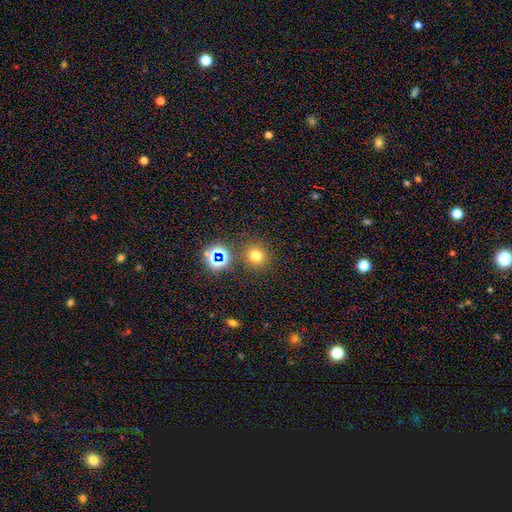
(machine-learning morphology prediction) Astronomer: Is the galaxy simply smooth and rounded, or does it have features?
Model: smooth — 68%.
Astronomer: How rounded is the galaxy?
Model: round — 88%.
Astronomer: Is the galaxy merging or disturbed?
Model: none — 85%.